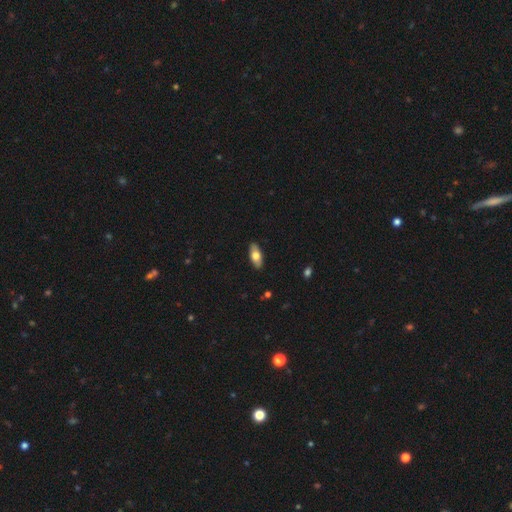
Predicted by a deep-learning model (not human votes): This is likely a smooth galaxy (68%). How rounded: clearly in between (84%). Merging: clearly none (89%).